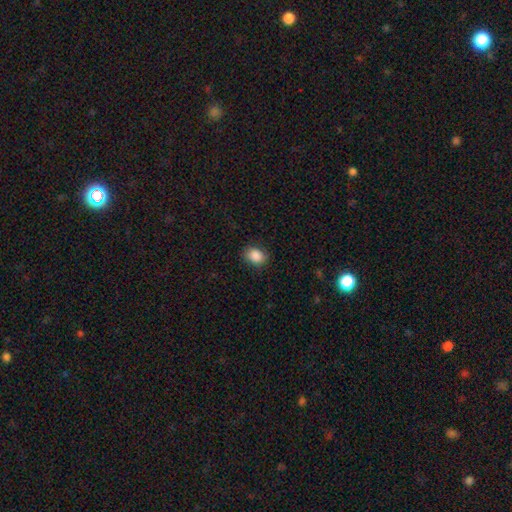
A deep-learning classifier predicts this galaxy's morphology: The model was most divided on "how rounded": in between: 62%, round: 37%, cigar-shaped: 1%. More confident: smooth or featured — smooth (88%); merging — none (85%).